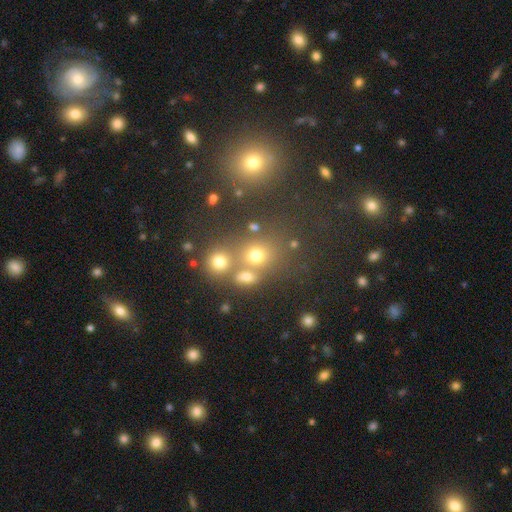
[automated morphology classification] This is likely a smooth galaxy (66%). How rounded: likely round (75%). Merging: possibly none (57%).